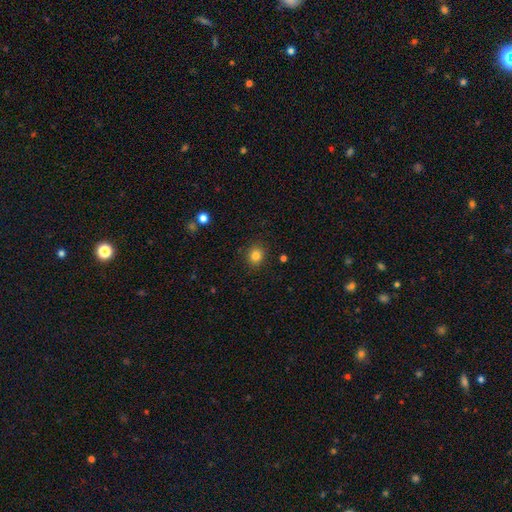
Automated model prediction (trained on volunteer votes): The model was most divided on "how rounded": round: 79%, in between: 20%, cigar-shaped: 1%. More confident: merging — none (89%); smooth or featured — smooth (82%).